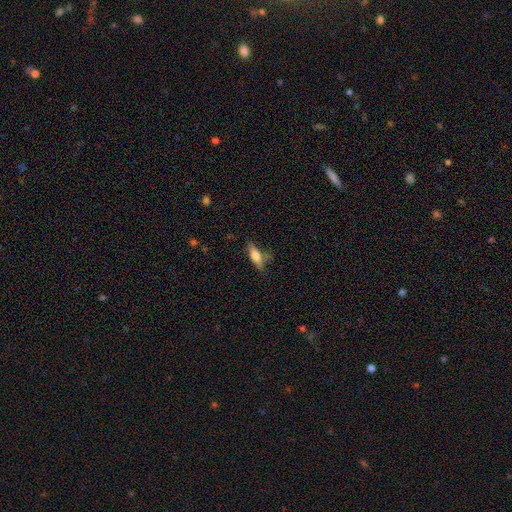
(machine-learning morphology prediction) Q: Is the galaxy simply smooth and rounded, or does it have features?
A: smooth — 60%.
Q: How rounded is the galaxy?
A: in between — 50%.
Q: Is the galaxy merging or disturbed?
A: none — 60%.